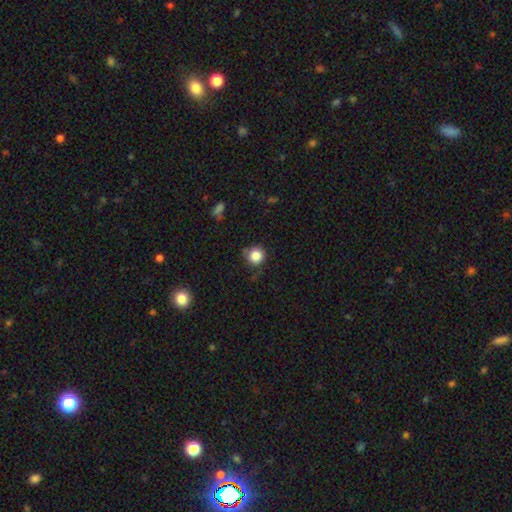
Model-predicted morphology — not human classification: smooth-or-featured: smooth: 85% | star or artifact: 11% | featured or disk: 5%
  how-rounded: round: 92% | in between: 7% | cigar-shaped: 1%
  merging: none: 73% | minor disturbance: 19% | major disturbance: 5% | merger: 3%